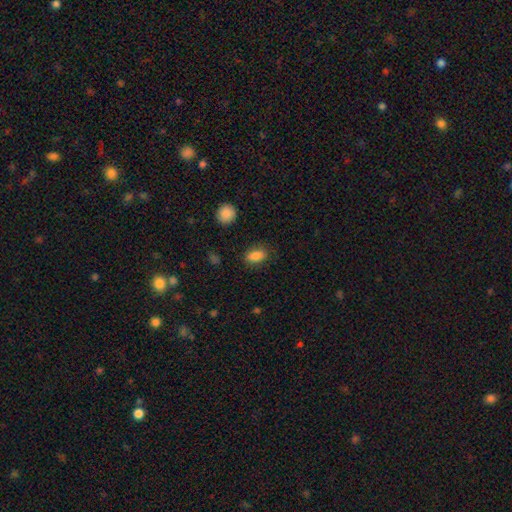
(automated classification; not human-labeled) smooth-or-featured: smooth: 85% | star or artifact: 9% | featured or disk: 7%
  how-rounded: in between: 87% | round: 10% | cigar-shaped: 3%
  merging: none: 82% | minor disturbance: 13% | major disturbance: 4% | merger: 1%